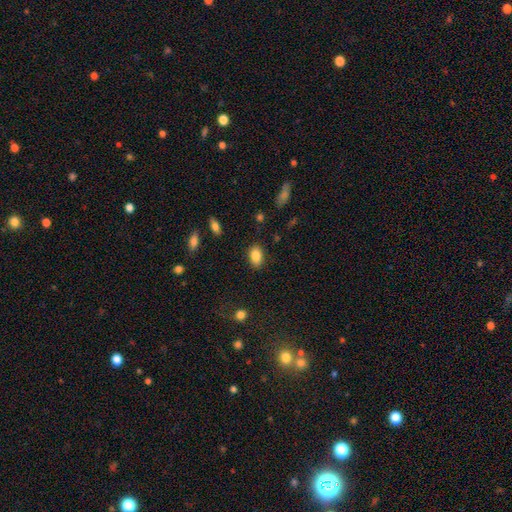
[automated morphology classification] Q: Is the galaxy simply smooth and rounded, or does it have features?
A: smooth — 86%.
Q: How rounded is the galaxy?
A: in between — 89%.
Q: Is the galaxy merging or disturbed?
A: none — 85%.